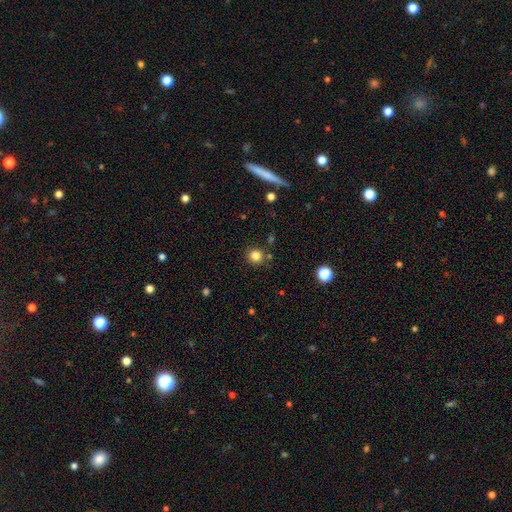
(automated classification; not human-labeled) Smooth or featured? smooth (82%)
How rounded? round (91%)
Merging? none (85%)